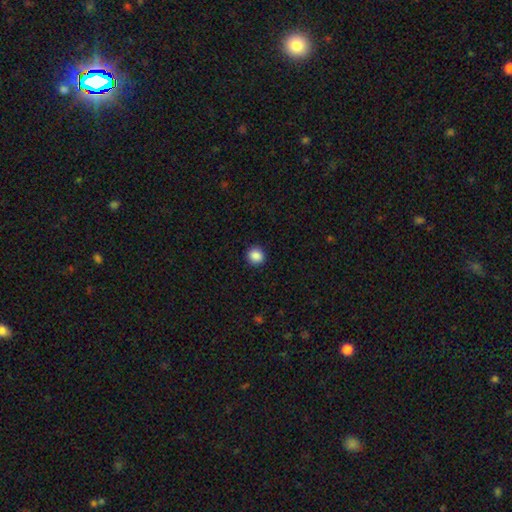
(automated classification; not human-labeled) Smooth or featured?
  - smooth: 88% *
  - star or artifact: 9%
  - featured or disk: 3%
How rounded?
  - round: 92% *
  - in between: 7%
  - cigar-shaped: 1%
Merging?
  - none: 92% *
  - minor disturbance: 5%
  - major disturbance: 2%
  - merger: 1%